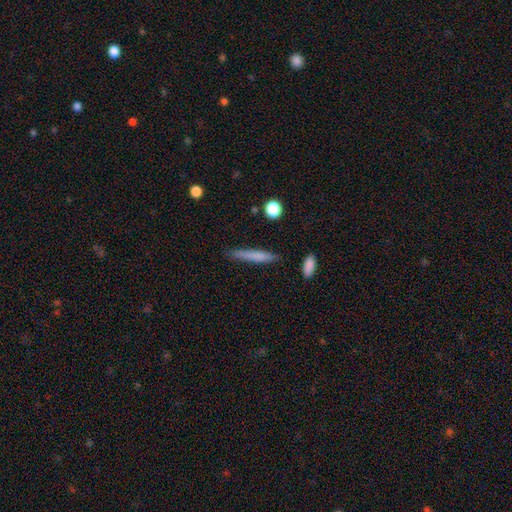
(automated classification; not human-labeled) Smooth or featured: smooth — 71% (featured or disk — 22%)
How rounded: cigar-shaped — 93% (in between — 5%)
Merging: none — 81% (minor disturbance — 14%)